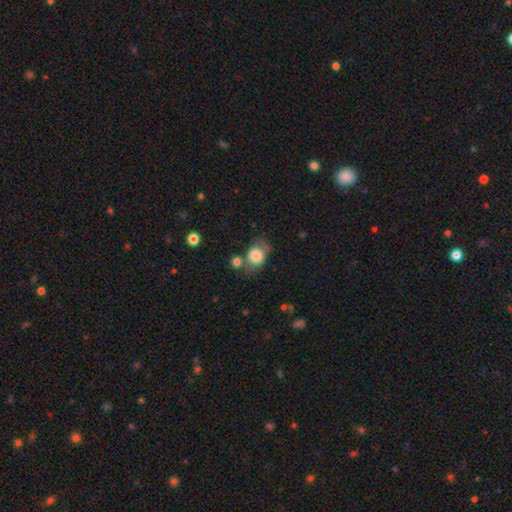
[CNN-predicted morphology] A smooth galaxy with no disk features (78%) that is round (53%). Merging: none (46%).